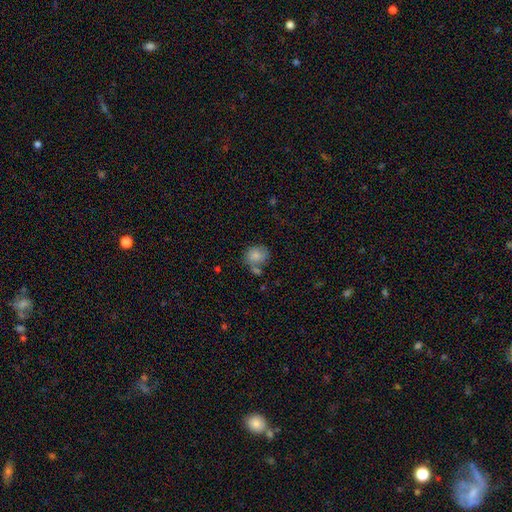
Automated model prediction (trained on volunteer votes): Q: Smooth or featured?
A: smooth (80%); runner-up: featured or disk (12%)
Q: How rounded?
A: round (66%); runner-up: in between (33%)
Q: Merging?
A: none (49%); runner-up: merger (23%)